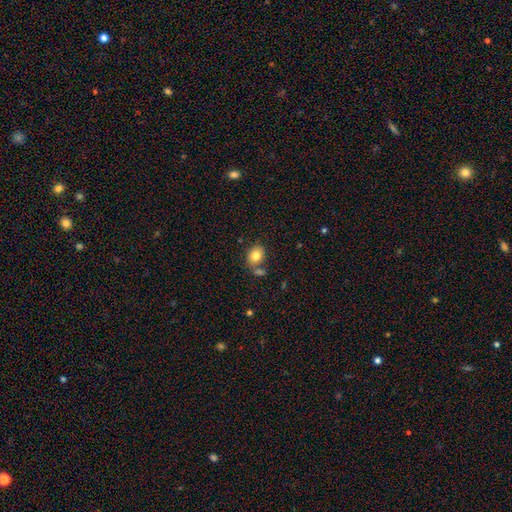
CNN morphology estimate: smooth_or_featured: smooth (p=0.81) [alt: featured or disk p=0.10]
how_rounded: in between (p=0.51) [alt: round p=0.48]
merging: none (p=0.65) [alt: merger p=0.17]